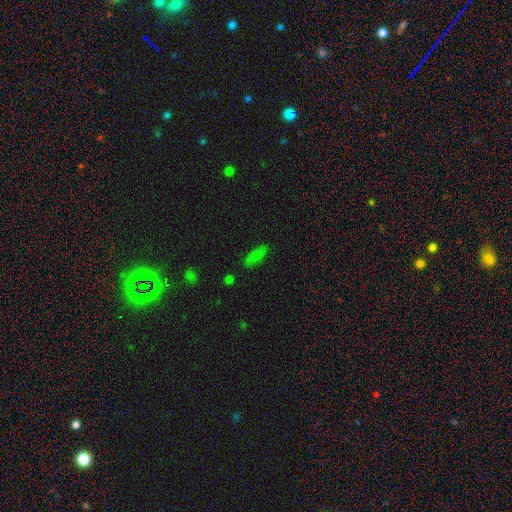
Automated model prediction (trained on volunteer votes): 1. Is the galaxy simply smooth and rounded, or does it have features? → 76% smooth, 14% star or artifact, 11% featured or disk.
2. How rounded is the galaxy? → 74% in between, 23% cigar-shaped, 3% round.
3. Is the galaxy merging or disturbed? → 81% none, 14% minor disturbance, 3% major disturbance, 2% merger.